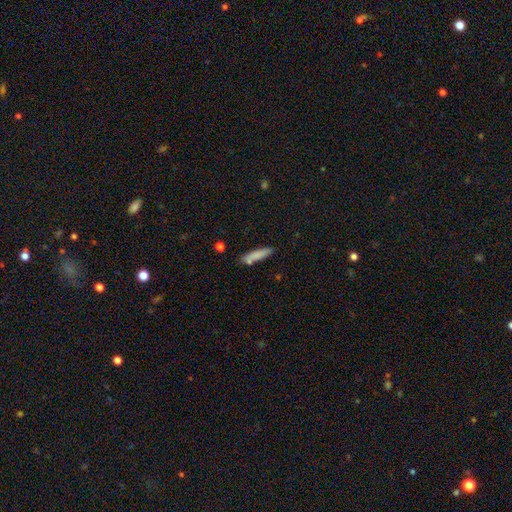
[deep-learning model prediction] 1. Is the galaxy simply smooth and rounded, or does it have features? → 81% smooth, 12% featured or disk, 7% star or artifact.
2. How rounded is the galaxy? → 83% cigar-shaped, 15% in between, 2% round.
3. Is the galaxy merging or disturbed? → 75% none, 15% minor disturbance, 7% merger, 3% major disturbance.